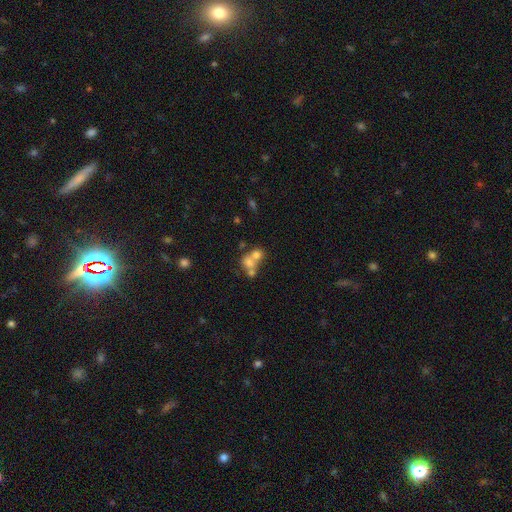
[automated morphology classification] A smooth galaxy with no disk features (63%) that is round (68%). Merging: merger (61%).